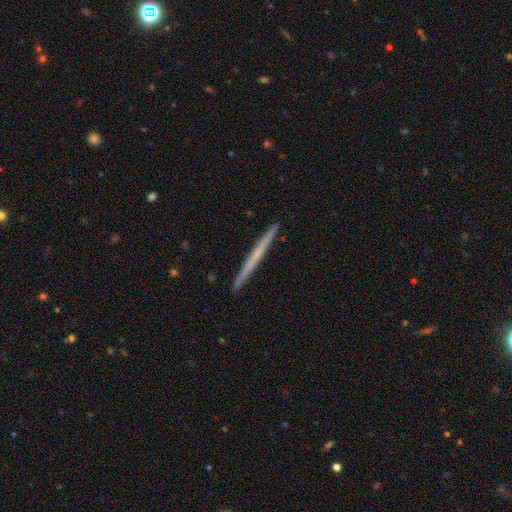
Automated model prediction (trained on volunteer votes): The model was most divided on "smooth or featured": featured or disk: 50%, smooth: 44%, star or artifact: 6%. More confident: edge-on disk — yes (98%); merging — none (93%).